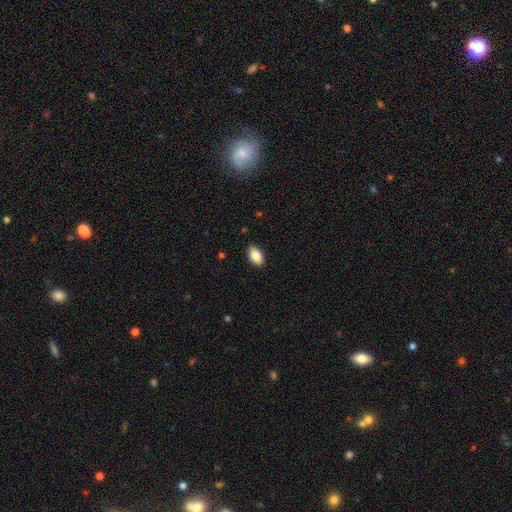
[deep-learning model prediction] Smooth or featured?
  - smooth: 87% *
  - star or artifact: 7%
  - featured or disk: 5%
How rounded?
  - in between: 92% *
  - round: 7%
  - cigar-shaped: 2%
Merging?
  - none: 87% *
  - minor disturbance: 10%
  - major disturbance: 2%
  - merger: 1%